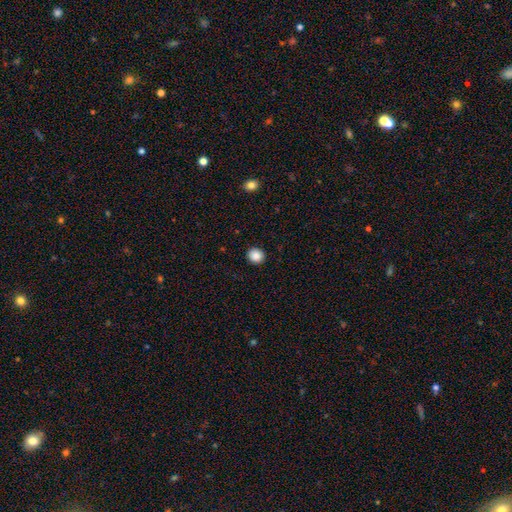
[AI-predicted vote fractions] The model was most divided on "how rounded": round: 83%, in between: 16%, cigar-shaped: 1%. More confident: merging — none (92%); smooth or featured — smooth (88%).